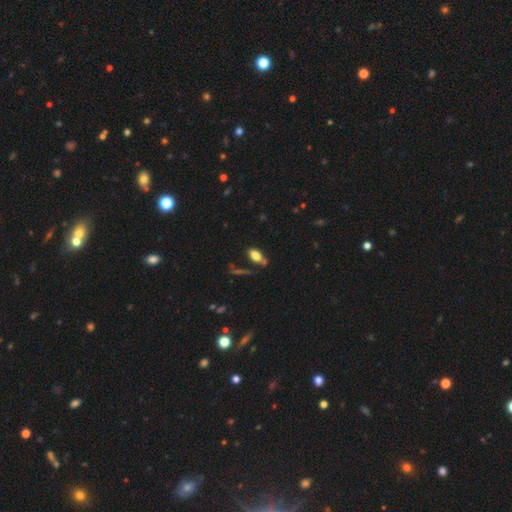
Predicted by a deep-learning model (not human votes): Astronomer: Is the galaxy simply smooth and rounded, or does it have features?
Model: smooth — 80%.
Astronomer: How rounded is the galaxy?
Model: in between — 89%.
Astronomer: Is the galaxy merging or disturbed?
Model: none — 66%.